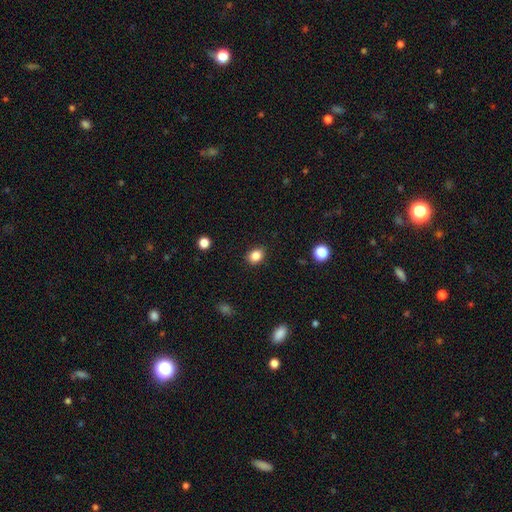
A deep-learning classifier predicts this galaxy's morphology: This is clearly a smooth galaxy (85%). How rounded: possibly in between (53%). Merging: clearly none (88%).